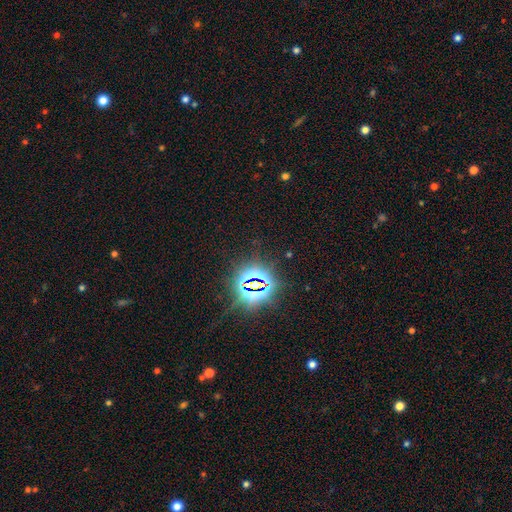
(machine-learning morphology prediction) Smooth or featured: star or artifact — 83% (smooth — 10%)